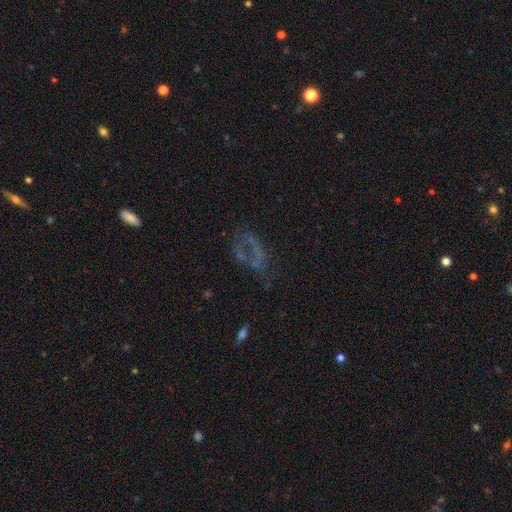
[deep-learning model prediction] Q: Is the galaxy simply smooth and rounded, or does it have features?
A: featured or disk — 45%.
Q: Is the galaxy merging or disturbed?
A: none — 42%.